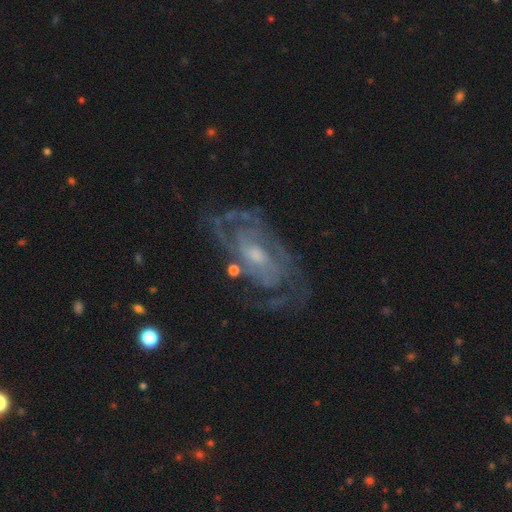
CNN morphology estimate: A featured or disk galaxy (86%) with no bar (57%), 2 (36%) tight (53%) spiral arms (92%) and a small central bulge (52%).

Vote fractions:
- Smooth or featured? featured or disk: 86% / smooth: 8% / star or artifact: 6%
- Edge-on disk? no: 95% / yes: 5%
- Bar? no: 57% / weak: 35% / strong: 8%
- Spiral arms? yes: 92% / no: 8%
- Spiral winding? tight: 53% / medium: 37% / loose: 10%
- Spiral arm count? 2: 36% / can't tell: 33% / 3: 16% / 4: 6% / 1: 5% / more than 4: 4%
- Bulge size? small: 52% / moderate: 40% / none: 4% / large: 3% / dominant: 1%
- Merging? none: 65% / minor disturbance: 19% / major disturbance: 14% / merger: 3%